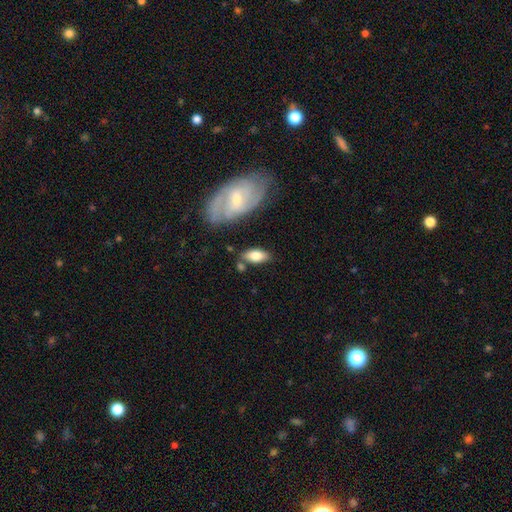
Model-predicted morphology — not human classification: Smooth or featured?
  - smooth: 75% *
  - featured or disk: 19%
  - star or artifact: 6%
How rounded?
  - in between: 87% *
  - cigar-shaped: 10%
  - round: 3%
Merging?
  - none: 71% *
  - minor disturbance: 16%
  - merger: 8%
  - major disturbance: 5%